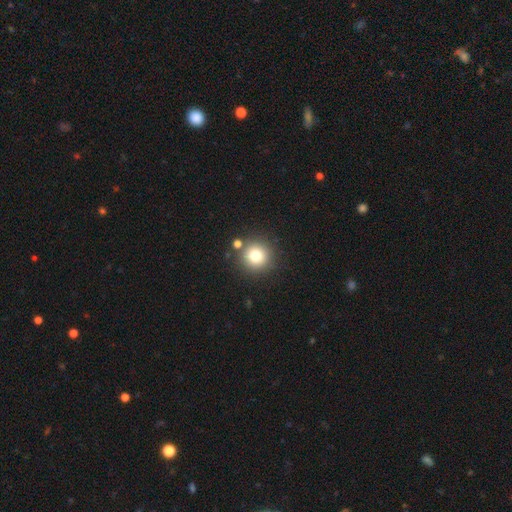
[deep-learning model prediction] Smooth or featured: smooth — 79% (star or artifact — 13%)
How rounded: round — 94% (in between — 5%)
Merging: none — 83% (merger — 7%)